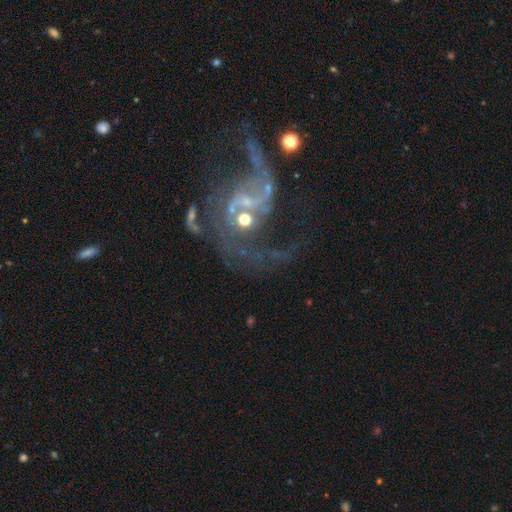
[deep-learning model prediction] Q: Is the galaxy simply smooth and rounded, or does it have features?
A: featured or disk — 86%.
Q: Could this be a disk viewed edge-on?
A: no — 98%.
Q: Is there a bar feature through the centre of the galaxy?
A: no — 42%.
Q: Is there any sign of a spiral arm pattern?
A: yes — 94%.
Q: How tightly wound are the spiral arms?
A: loose — 57%.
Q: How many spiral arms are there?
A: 2 — 75%.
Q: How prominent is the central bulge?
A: small — 60%.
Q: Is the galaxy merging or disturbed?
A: none — 42%.